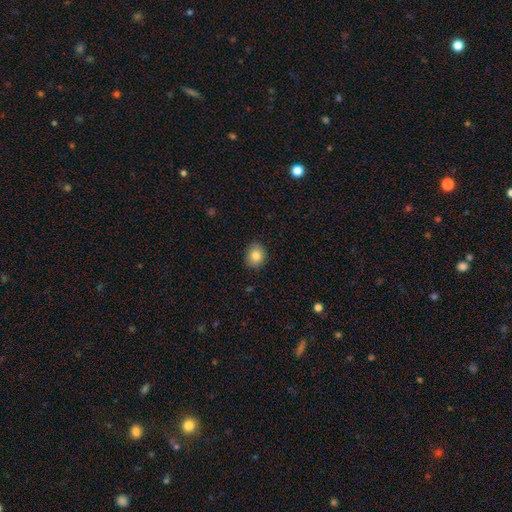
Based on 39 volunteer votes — Smooth or featured? 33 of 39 (85%) said smooth. How rounded? 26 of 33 (79%) said round. Merging? 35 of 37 (95%) said none.